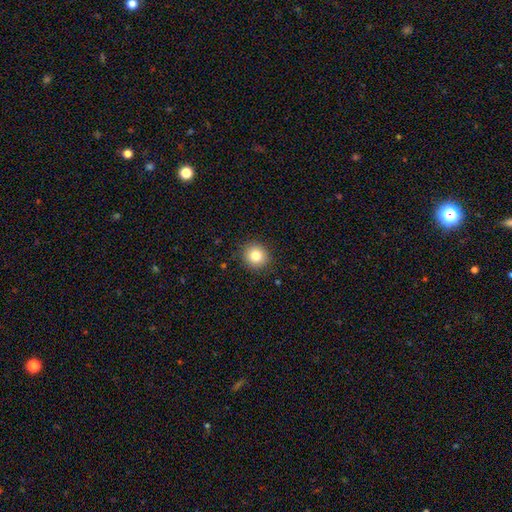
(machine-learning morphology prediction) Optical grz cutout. It shows a smooth galaxy with no disk features (82%) that is round (91%). Merging: none (90%).